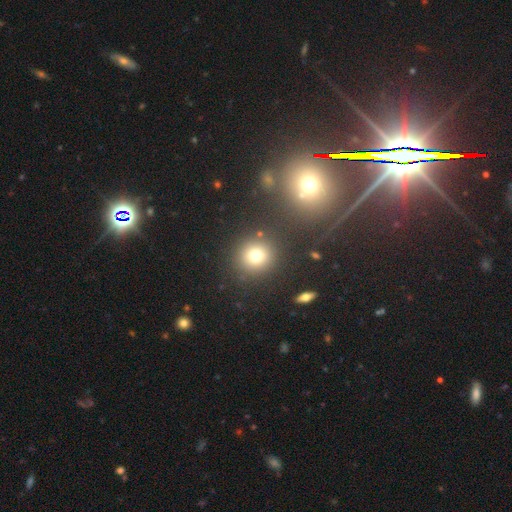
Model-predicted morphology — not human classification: A smooth galaxy with no disk features (74%) that is round (90%).

Vote fractions:
- Smooth or featured? smooth: 74% / star or artifact: 17% / featured or disk: 9%
- How rounded? round: 90% / in between: 9% / cigar-shaped: 1%
- Merging? none: 85% / minor disturbance: 7% / merger: 5% / major disturbance: 3%